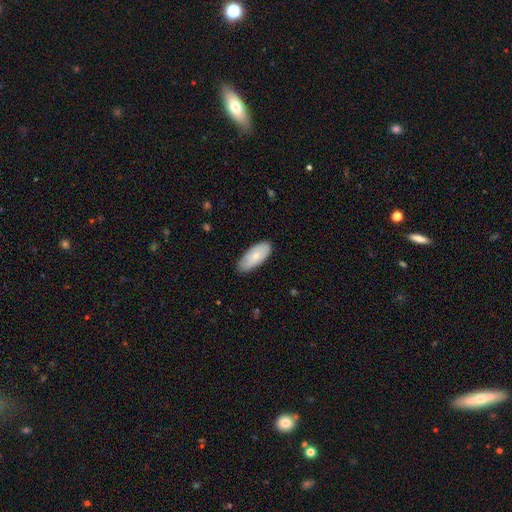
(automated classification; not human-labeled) smooth 75%, featured or disk 19%, star or artifact 6%. Down the decision tree: how rounded — in between (87%); merging — none (81%).